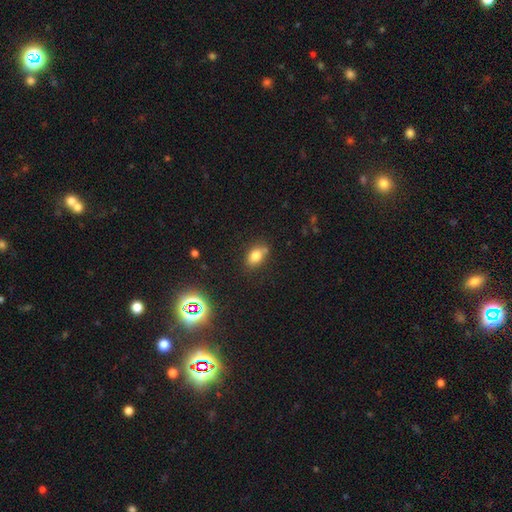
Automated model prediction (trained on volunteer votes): Smooth or featured? Predicted: smooth (p=0.78). How rounded? Predicted: in between (p=0.80). Merging? Predicted: none (p=0.70).